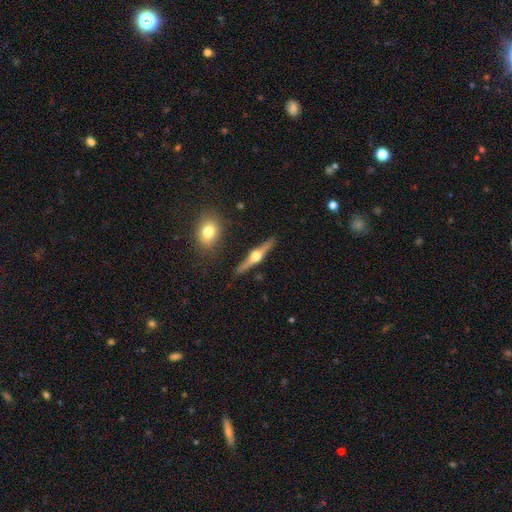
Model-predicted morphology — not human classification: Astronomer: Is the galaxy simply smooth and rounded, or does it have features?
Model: featured or disk — 80%.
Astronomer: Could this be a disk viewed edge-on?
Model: yes — 98%.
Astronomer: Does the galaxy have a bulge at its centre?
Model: rounded — 96%.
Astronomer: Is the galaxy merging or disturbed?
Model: none — 89%.